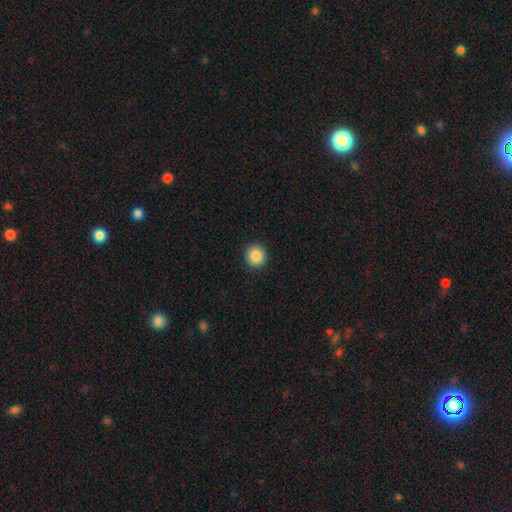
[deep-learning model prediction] smooth_or_featured: smooth (p=0.87) [alt: star or artifact p=0.09]
how_rounded: round (p=0.94) [alt: in between p=0.05]
merging: none (p=0.92) [alt: minor disturbance p=0.05]